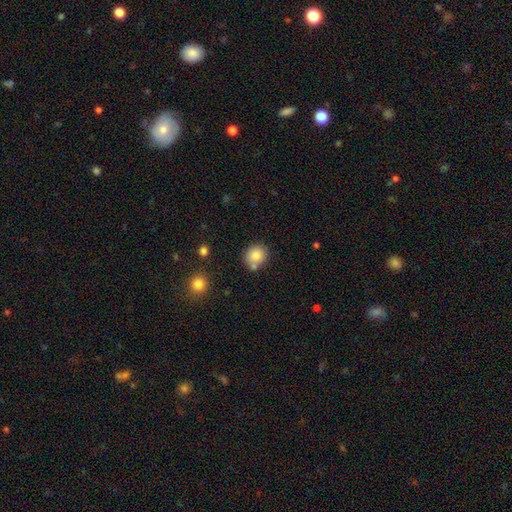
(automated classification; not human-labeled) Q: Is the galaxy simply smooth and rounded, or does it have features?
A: smooth — 83%.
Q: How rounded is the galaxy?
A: round — 86%.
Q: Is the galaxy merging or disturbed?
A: none — 71%.